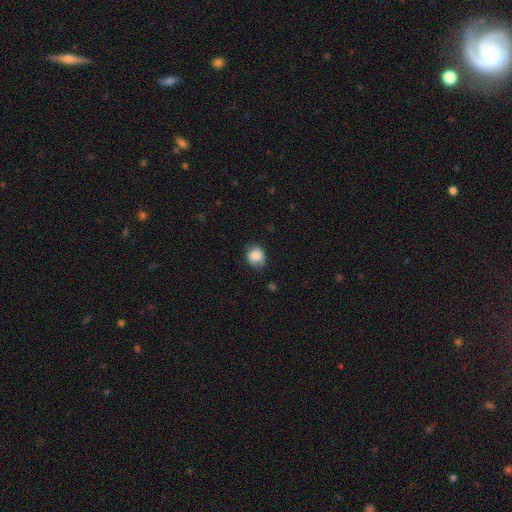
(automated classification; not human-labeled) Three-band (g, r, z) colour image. It shows a smooth galaxy with no disk features (80%) that is round (64%). Merging: none (70%).